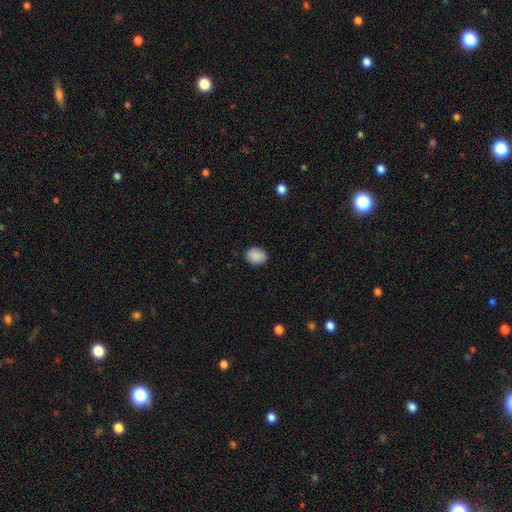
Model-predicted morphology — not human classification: smooth_or_featured: smooth (p=0.89) [alt: star or artifact p=0.08]
how_rounded: in between (p=0.51) [alt: round p=0.48]
merging: none (p=0.86) [alt: minor disturbance p=0.11]